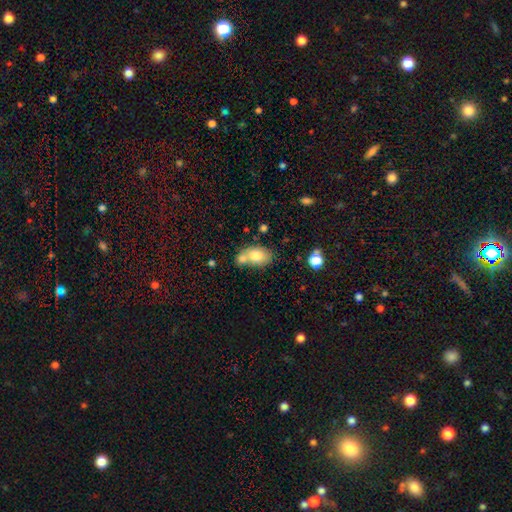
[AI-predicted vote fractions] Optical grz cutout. It shows a smooth galaxy with no disk features (74%) that is in between round and cigar-shaped (80%). Merging: merger (44%).